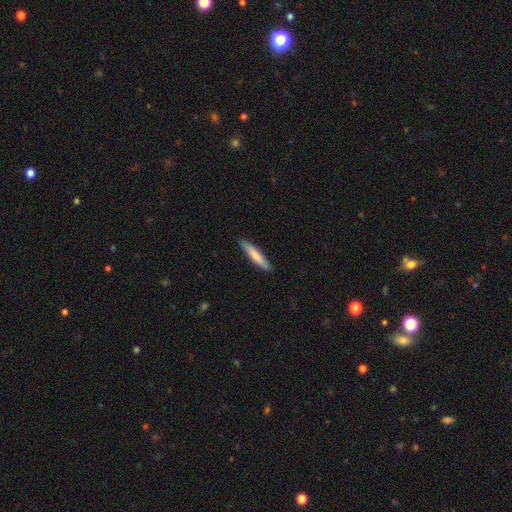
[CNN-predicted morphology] Q: Smooth or featured?
A: smooth (78%); runner-up: featured or disk (17%)
Q: How rounded?
A: cigar-shaped (88%); runner-up: in between (10%)
Q: Merging?
A: none (89%); runner-up: minor disturbance (8%)